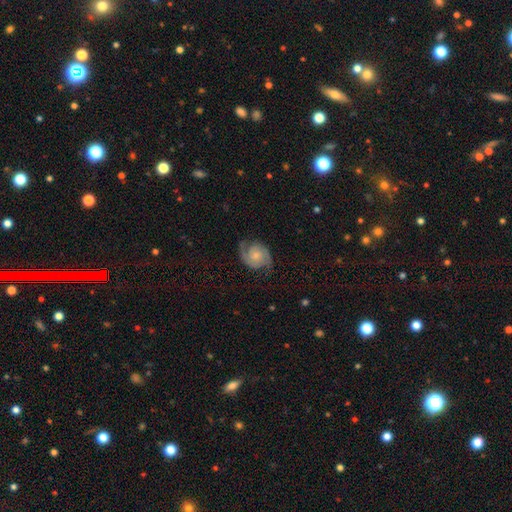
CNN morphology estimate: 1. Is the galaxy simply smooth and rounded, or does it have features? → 81% featured or disk, 13% smooth, 6% star or artifact.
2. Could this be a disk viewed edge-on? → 98% no, 2% yes.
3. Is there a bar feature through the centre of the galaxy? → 72% no, 24% weak, 4% strong.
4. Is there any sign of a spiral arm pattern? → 96% yes, 4% no.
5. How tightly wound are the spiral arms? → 47% medium, 32% tight, 21% loose.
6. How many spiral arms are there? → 90% 2, 4% can't tell, 3% 1, 2% 3, 1% 4, 1% more than 4.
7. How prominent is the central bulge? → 48% small, 32% moderate, 13% none, 5% large, 2% dominant.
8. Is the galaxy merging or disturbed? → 72% none, 19% minor disturbance, 8% major disturbance, 1% merger.